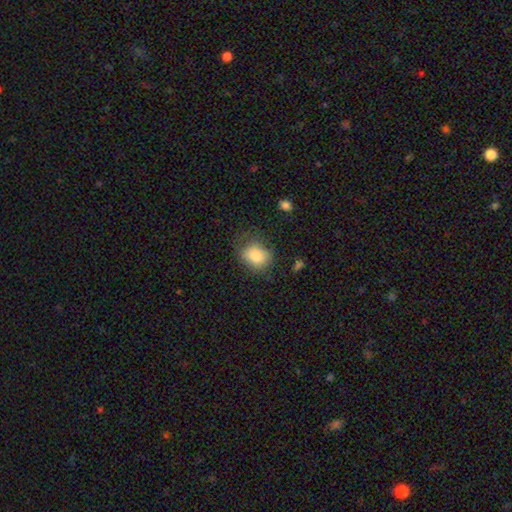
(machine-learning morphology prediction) Q: Smooth or featured?
A: smooth (82%); runner-up: featured or disk (9%)
Q: How rounded?
A: round (51%); runner-up: in between (48%)
Q: Merging?
A: none (64%); runner-up: minor disturbance (24%)